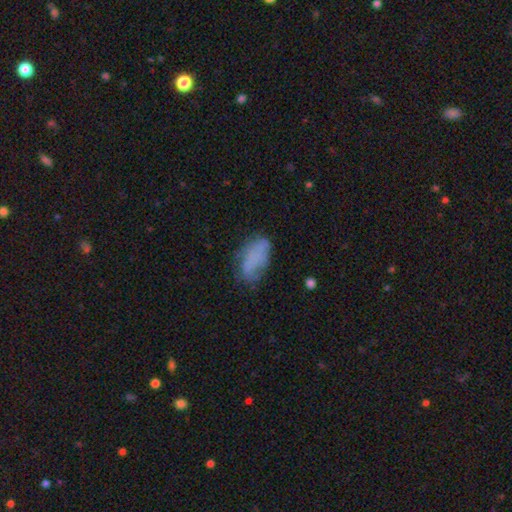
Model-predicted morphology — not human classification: This is likely a smooth galaxy (68%). How rounded: clearly in between (91%). Merging: possibly none (46%).